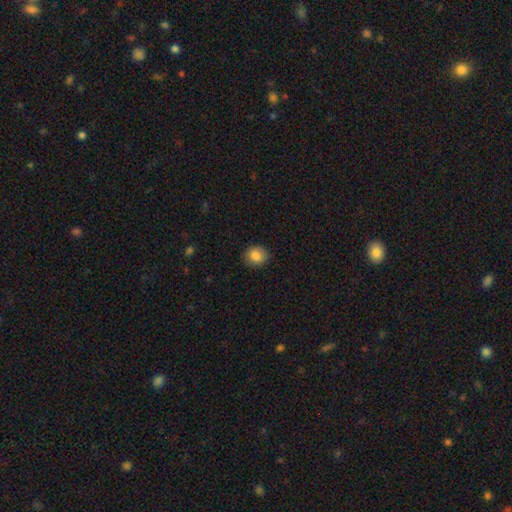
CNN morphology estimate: type=smooth (84%); roundness=round (71%); merging=none (87%).